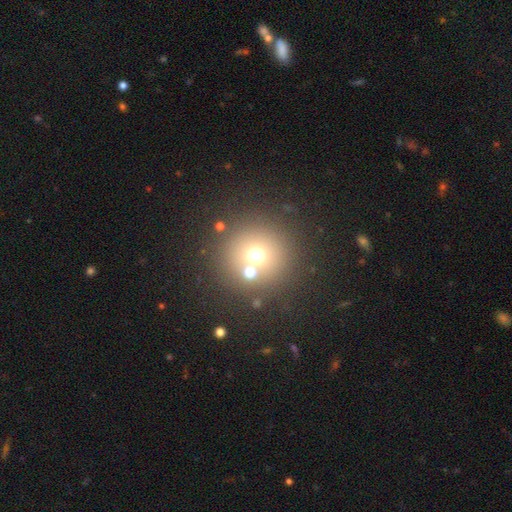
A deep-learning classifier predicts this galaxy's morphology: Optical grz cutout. It shows a smooth galaxy with no disk features (64%) that is round (94%). Merging: none (74%).